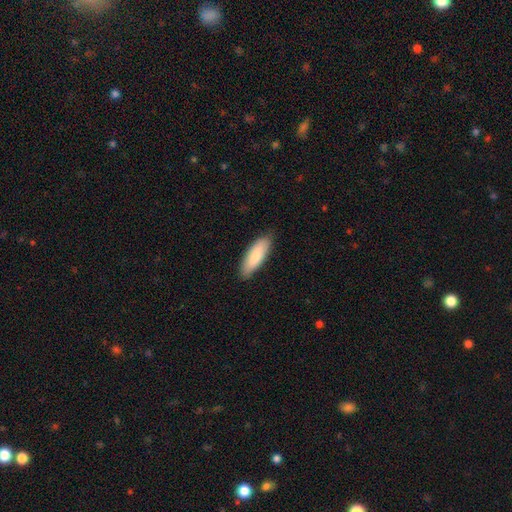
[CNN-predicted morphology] smooth 83%, featured or disk 12%, star or artifact 5%. Down the decision tree: how rounded — in between (56%); merging — none (85%).